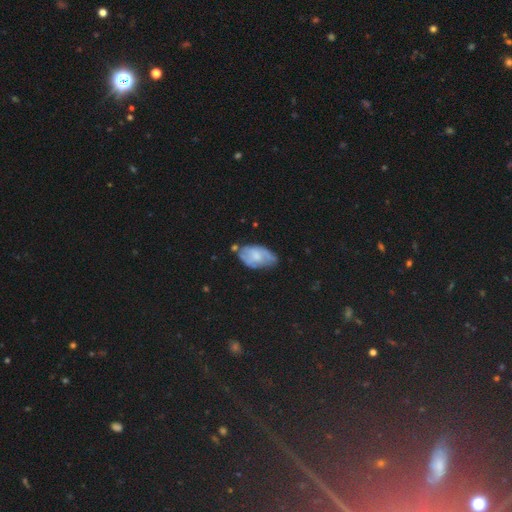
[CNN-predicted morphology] smooth 46% (tied), featured or disk 46% (tied), star or artifact 8%. Down the decision tree: merging — none (52%).